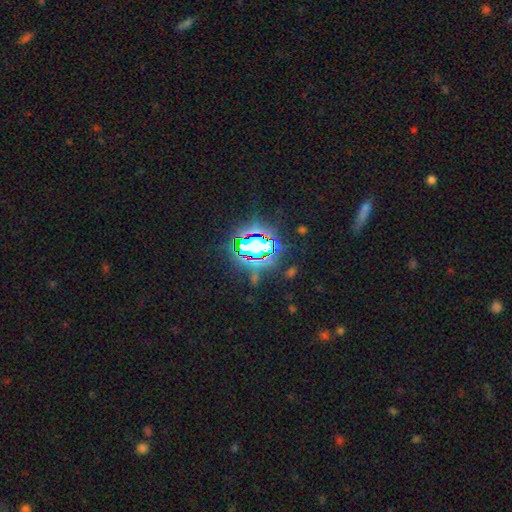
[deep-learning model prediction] smooth-or-featured: star or artifact: 79% | smooth: 12% | featured or disk: 8%